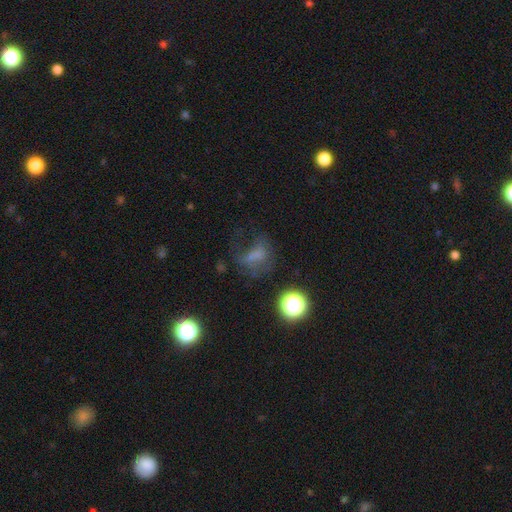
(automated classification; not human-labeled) Smooth or featured?
  - smooth: 45% *
  - featured or disk: 29%
  - star or artifact: 26%
Merging?
  - none: 38% * (tied)
  - major disturbance: 38% * (tied)
  - minor disturbance: 19%
  - merger: 6%